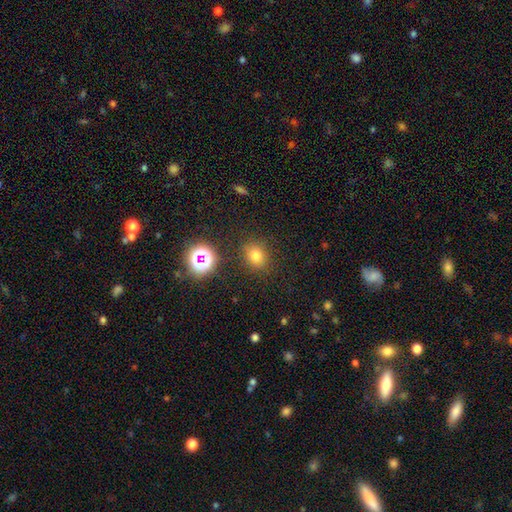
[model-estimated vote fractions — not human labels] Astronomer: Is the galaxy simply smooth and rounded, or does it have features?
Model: smooth — 74%.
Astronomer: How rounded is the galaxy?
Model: round — 66%.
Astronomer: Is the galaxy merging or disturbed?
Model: none — 85%.